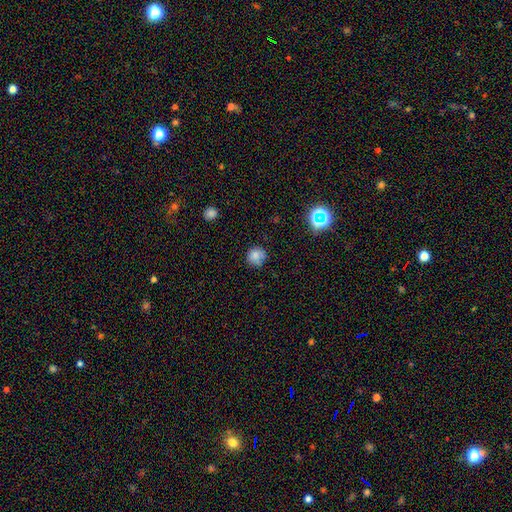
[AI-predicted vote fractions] The model was most divided on "merging": none: 73%, minor disturbance: 20%, major disturbance: 4%, merger: 3%. More confident: how rounded — round (89%); smooth or featured — smooth (79%).